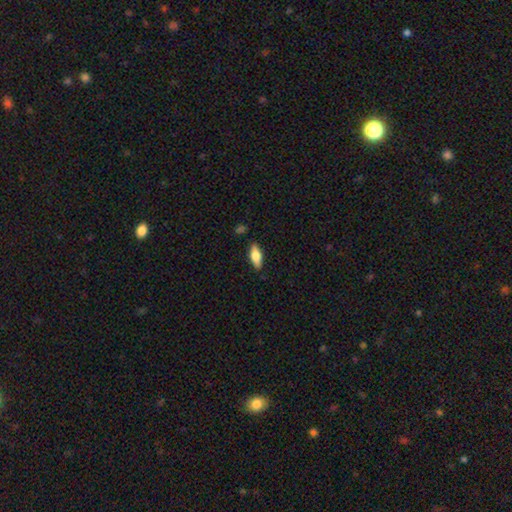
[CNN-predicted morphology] Q: Smooth or featured?
A: smooth (63%); runner-up: featured or disk (31%)
Q: How rounded?
A: in between (67%); runner-up: cigar-shaped (30%)
Q: Merging?
A: none (86%); runner-up: minor disturbance (10%)